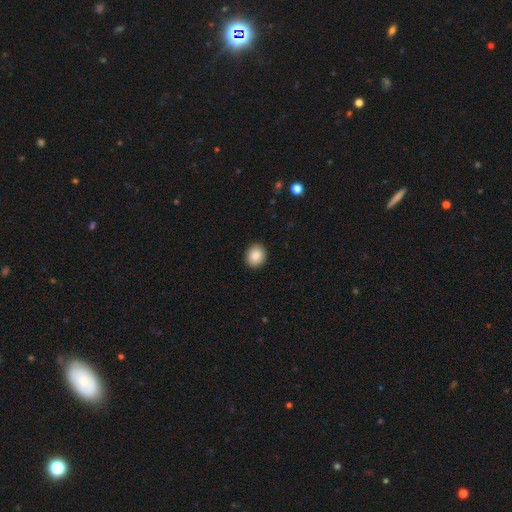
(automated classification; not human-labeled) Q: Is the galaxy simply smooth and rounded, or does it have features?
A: smooth — 87%.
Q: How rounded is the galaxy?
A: round — 70%.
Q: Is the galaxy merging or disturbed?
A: none — 91%.